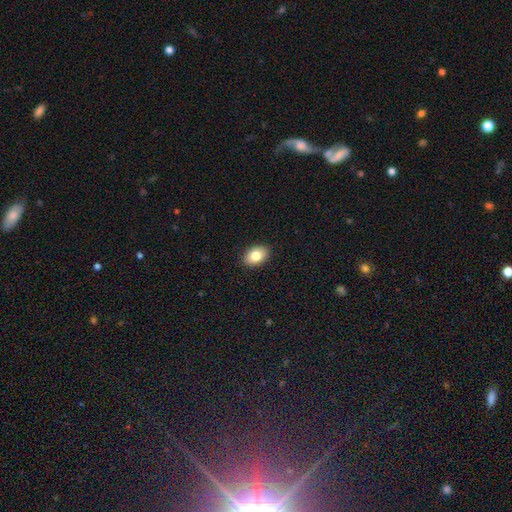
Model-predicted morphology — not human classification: smooth_or_featured: smooth (p=0.83) [alt: featured or disk p=0.10]
how_rounded: in between (p=0.88) [alt: round p=0.11]
merging: none (p=0.90) [alt: minor disturbance p=0.07]